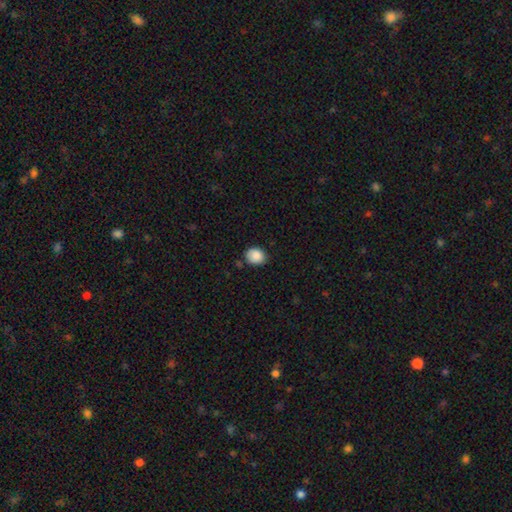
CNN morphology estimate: Smooth or featured?
  - smooth: 88% *
  - star or artifact: 8%
  - featured or disk: 4%
How rounded?
  - round: 60% *
  - in between: 39%
  - cigar-shaped: 1%
Merging?
  - none: 79% *
  - minor disturbance: 16%
  - major disturbance: 3%
  - merger: 3%